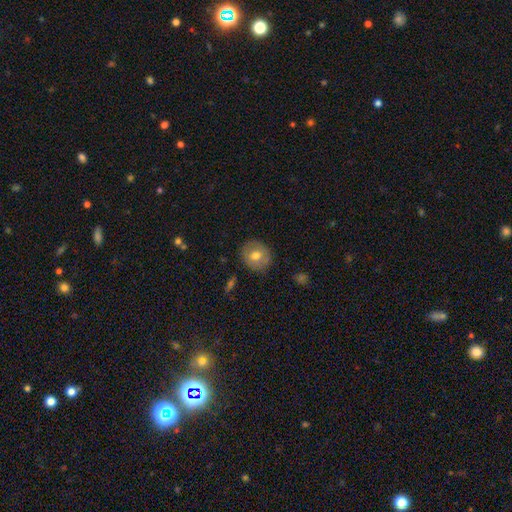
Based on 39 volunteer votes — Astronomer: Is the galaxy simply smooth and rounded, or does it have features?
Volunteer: smooth — 67%.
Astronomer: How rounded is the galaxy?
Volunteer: round — 85%.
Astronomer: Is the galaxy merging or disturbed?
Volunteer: none — 94%.